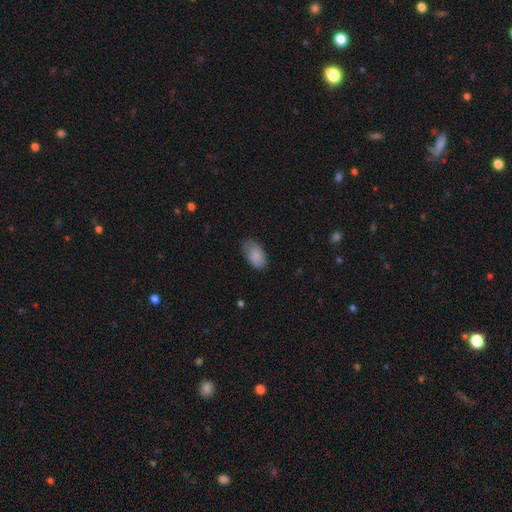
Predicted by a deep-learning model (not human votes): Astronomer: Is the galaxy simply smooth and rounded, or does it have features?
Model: smooth — 87%.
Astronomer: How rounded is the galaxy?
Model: in between — 94%.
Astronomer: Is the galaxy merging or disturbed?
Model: none — 69%.